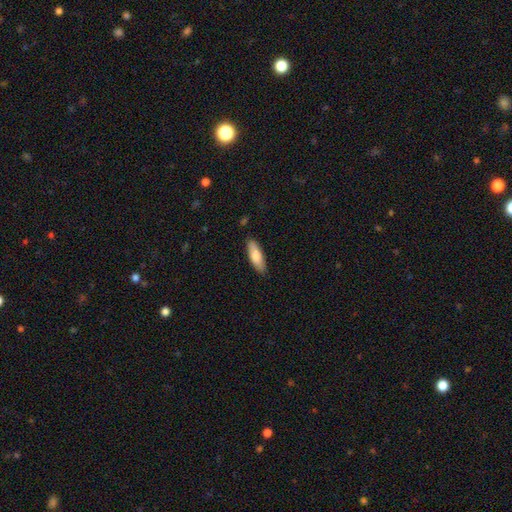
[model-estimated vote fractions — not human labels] smooth_or_featured: smooth (p=0.81) [alt: featured or disk p=0.14]
how_rounded: in between (p=0.55) [alt: cigar-shaped p=0.44]
merging: none (p=0.86) [alt: minor disturbance p=0.11]